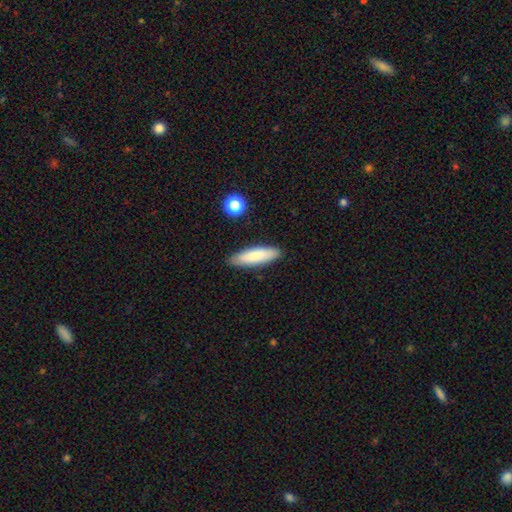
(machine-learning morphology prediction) Smooth or featured? smooth (82%)
How rounded? cigar-shaped (60%)
Merging? none (88%)